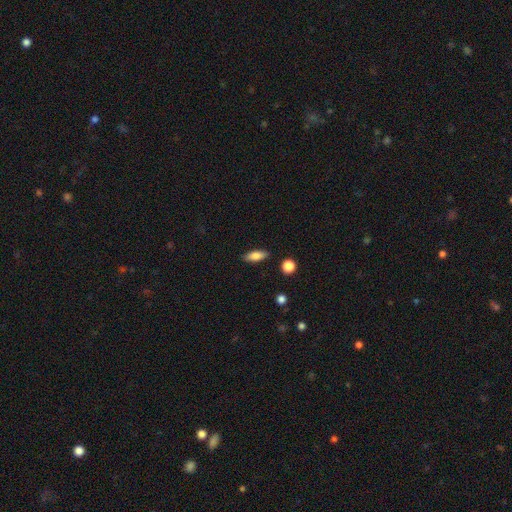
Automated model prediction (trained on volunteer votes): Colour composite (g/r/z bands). It shows a smooth galaxy with no disk features (78%) that is in between round and cigar-shaped (70%). Merging: none (87%).